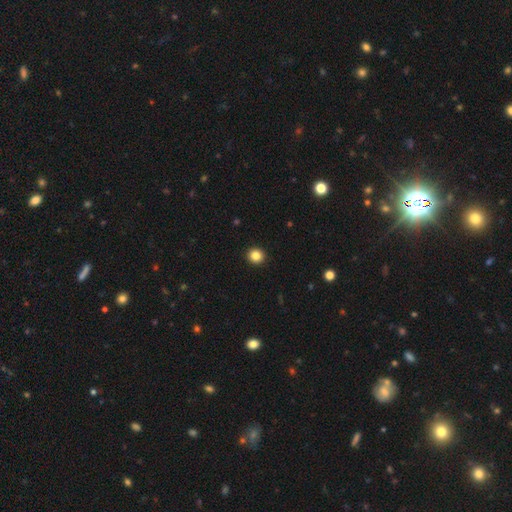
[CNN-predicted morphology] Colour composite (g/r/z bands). It shows a smooth galaxy with no disk features (85%) that is round (92%). Merging: none (94%).